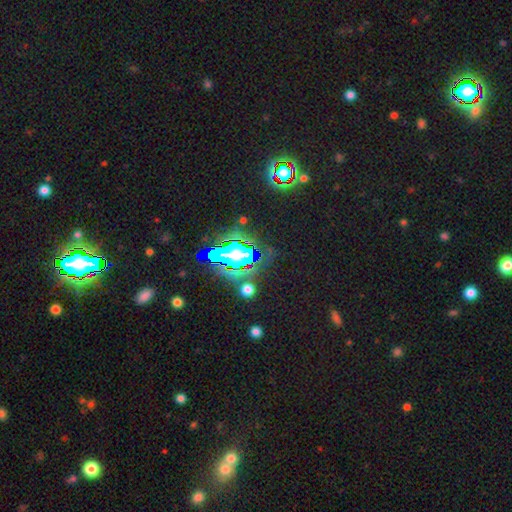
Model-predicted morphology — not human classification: type=star or artifact (82%).